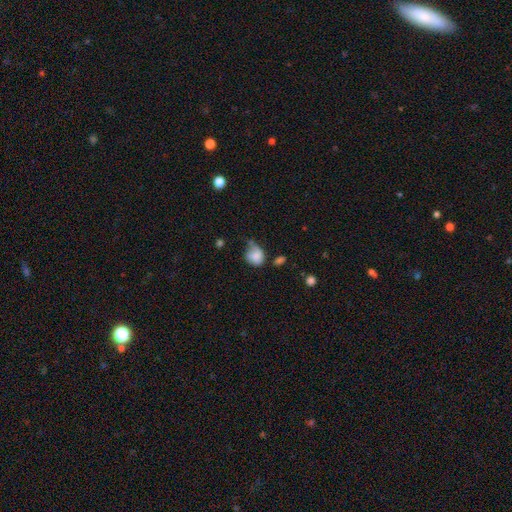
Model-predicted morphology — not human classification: Q: Smooth or featured?
A: smooth (79%); runner-up: featured or disk (13%)
Q: How rounded?
A: round (60%); runner-up: in between (39%)
Q: Merging?
A: minor disturbance (40%); runner-up: none (33%)